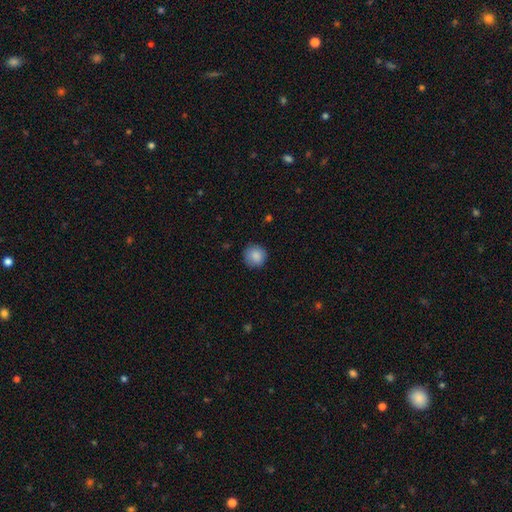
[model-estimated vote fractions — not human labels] This is clearly a smooth galaxy (87%). How rounded: clearly round (92%). Merging: clearly none (86%).